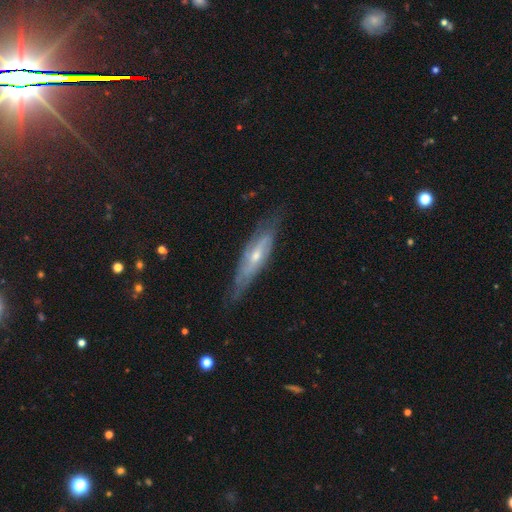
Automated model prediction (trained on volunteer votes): Q: Smooth or featured?
A: featured or disk (69%); runner-up: smooth (24%)
Q: Edge-on disk?
A: no (50%); tied with: yes (50%)
Q: Merging?
A: none (67%); runner-up: minor disturbance (24%)